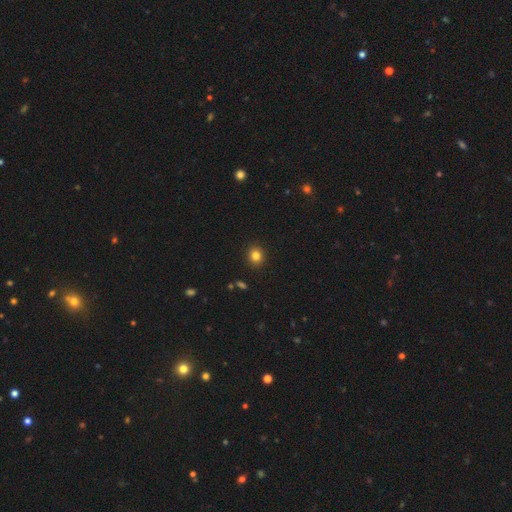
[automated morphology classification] The model was most divided on "how rounded": round: 81%, in between: 18%, cigar-shaped: 1%. More confident: merging — none (91%); smooth or featured — smooth (83%).